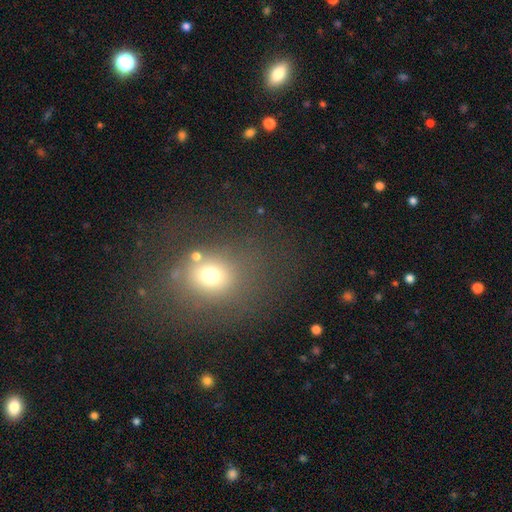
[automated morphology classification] A smooth galaxy with no disk features (62%) that is round (64%). Merging: none (67%).